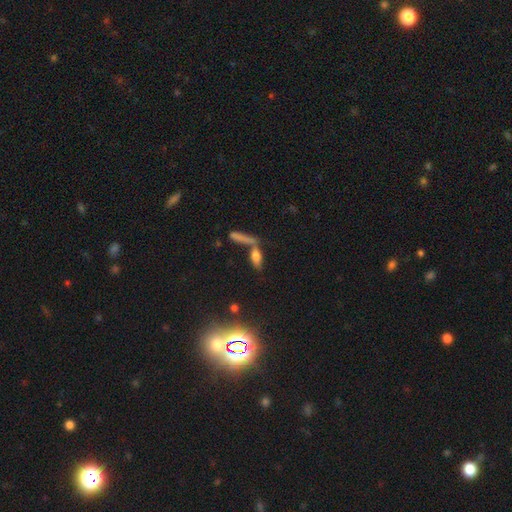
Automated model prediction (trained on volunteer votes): This is likely a smooth galaxy (67%). How rounded: likely in between (62%). Merging: possibly none (47%).